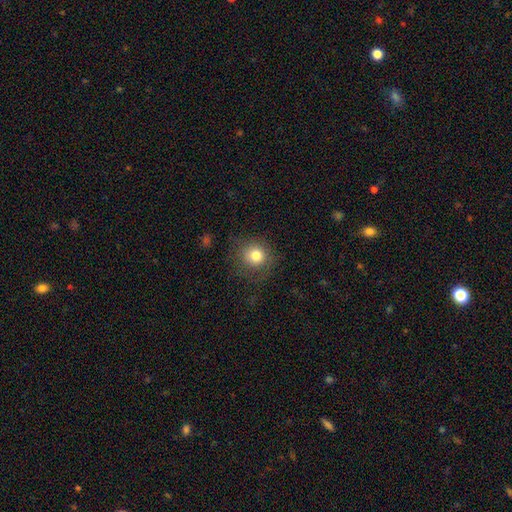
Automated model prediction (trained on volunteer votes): A smooth galaxy with no disk features (79%) that is round (90%). Merging: none (77%).